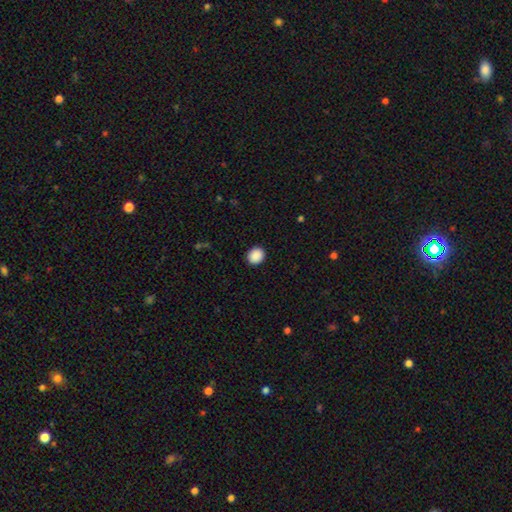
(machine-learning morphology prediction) The model was most divided on "how rounded": round: 75%, in between: 24%, cigar-shaped: 1%. More confident: merging — none (92%); smooth or featured — smooth (90%).